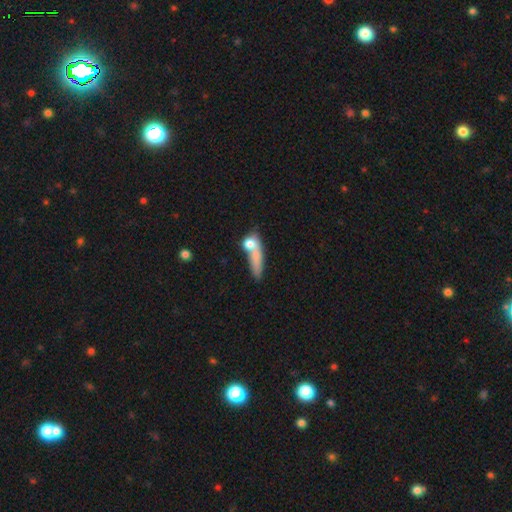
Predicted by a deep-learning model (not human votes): This is likely a smooth galaxy (66%). How rounded: possibly cigar-shaped (46%). Merging: marginally merger (38%).